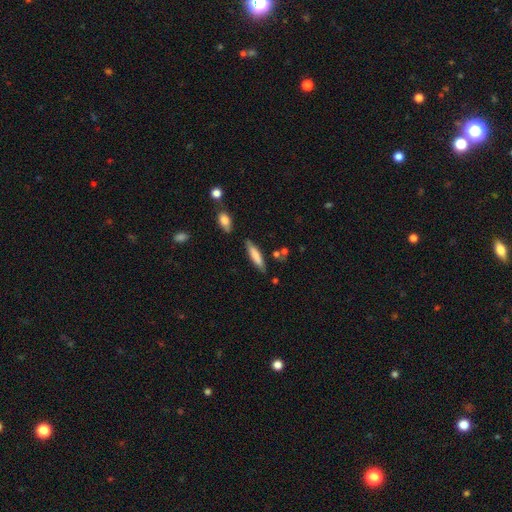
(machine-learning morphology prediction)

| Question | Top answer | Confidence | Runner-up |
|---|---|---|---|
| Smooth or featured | smooth | 73% | featured or disk (21%) |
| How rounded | cigar-shaped | 81% | in between (18%) |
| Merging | none | 78% | minor disturbance (14%) |